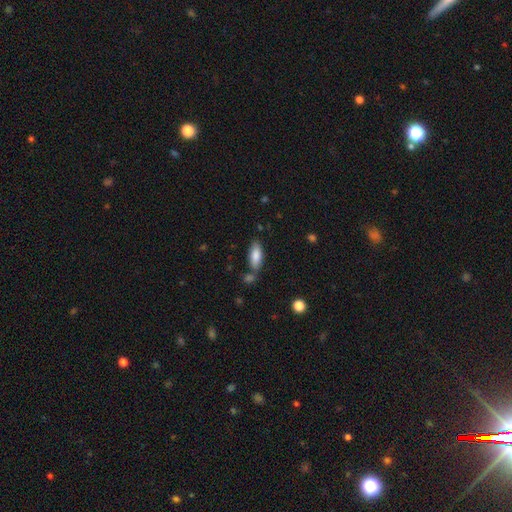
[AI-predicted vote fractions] This is clearly a smooth galaxy (83%). How rounded: likely in between (79%). Merging: likely none (70%).